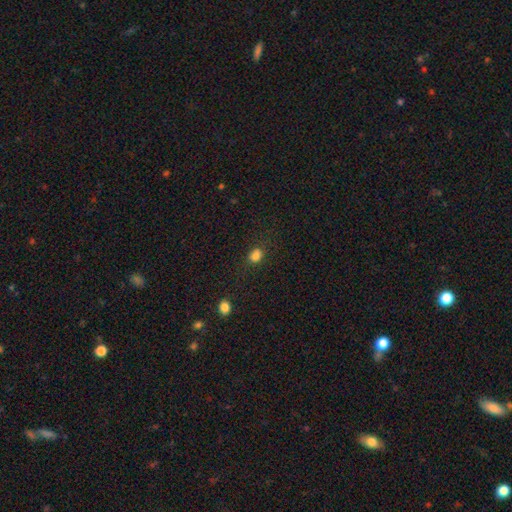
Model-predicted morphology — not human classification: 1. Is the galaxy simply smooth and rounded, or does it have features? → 83% smooth, 13% star or artifact, 5% featured or disk.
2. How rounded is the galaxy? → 58% in between, 40% round, 1% cigar-shaped.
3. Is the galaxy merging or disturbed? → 78% none, 14% minor disturbance, 5% major disturbance, 3% merger.